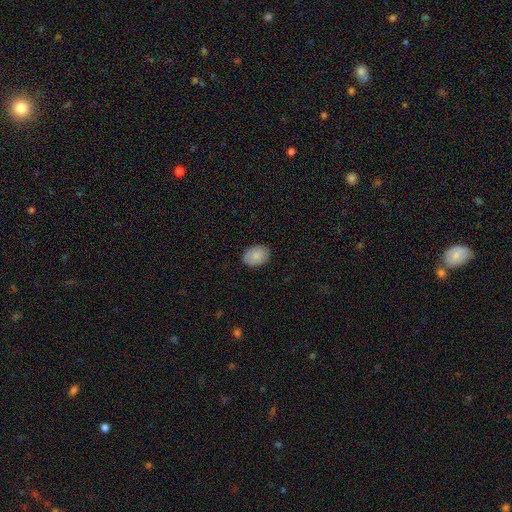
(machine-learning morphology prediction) A smooth galaxy with no disk features (86%) that is in between round and cigar-shaped (76%). Merging: none (87%).